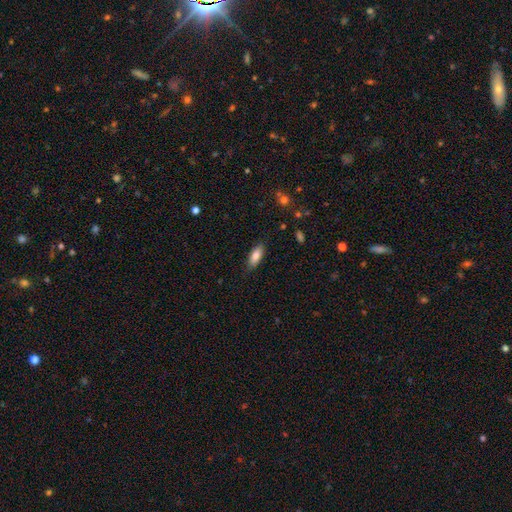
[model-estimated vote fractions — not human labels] A smooth galaxy with no disk features (83%) that is in between round and cigar-shaped (78%). Merging: none (84%).